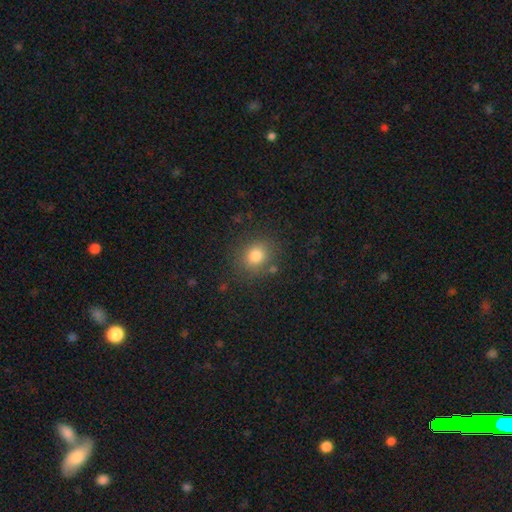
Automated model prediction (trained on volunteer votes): Smooth or featured: smooth — 81% (star or artifact — 12%)
How rounded: round — 70% (in between — 29%)
Merging: none — 81% (minor disturbance — 11%)